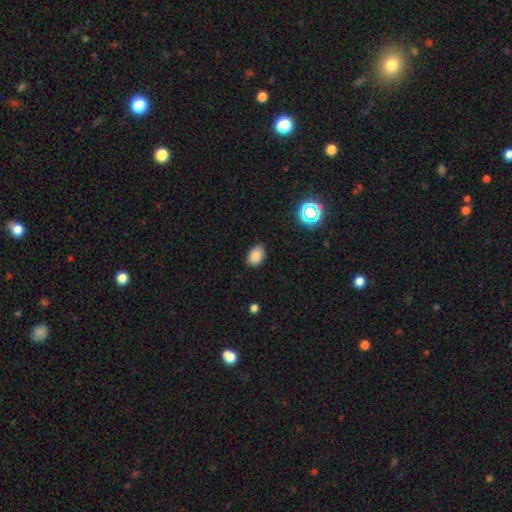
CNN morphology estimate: A smooth galaxy with no disk features (84%) that is in between round and cigar-shaped (84%).

Vote fractions:
- Smooth or featured? smooth: 84% / star or artifact: 11% / featured or disk: 4%
- How rounded? in between: 84% / round: 15% / cigar-shaped: 1%
- Merging? none: 85% / minor disturbance: 12% / major disturbance: 3% / merger: 1%